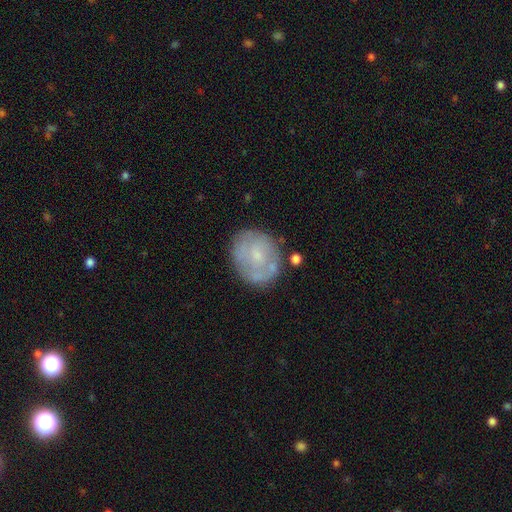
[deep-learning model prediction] Smooth or featured? smooth (47%)
Merging? none (67%)